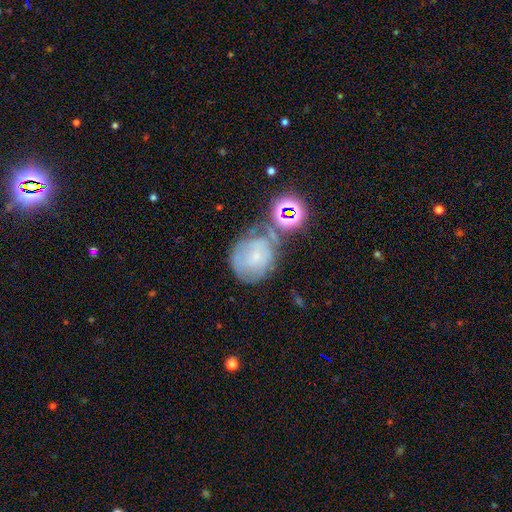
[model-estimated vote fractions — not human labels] smooth_or_featured: featured or disk (p=0.46) [alt: smooth p=0.36]
merging: none (p=0.42) [alt: minor disturbance p=0.23]